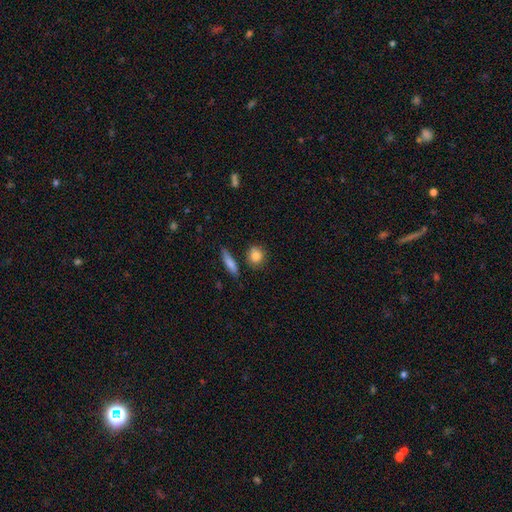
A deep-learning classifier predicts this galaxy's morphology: type=smooth (84%); roundness=round (72%); merging=none (78%).